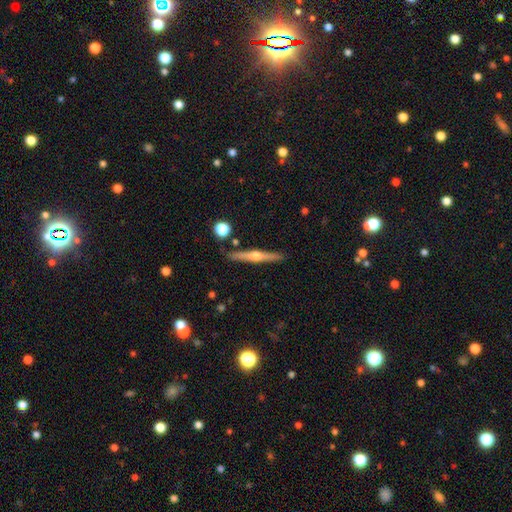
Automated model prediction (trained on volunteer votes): This appears to be a featured or disk galaxy (71%) viewed edge-on (98%) with a rounded central bulge (92%). Merging: none (88%).